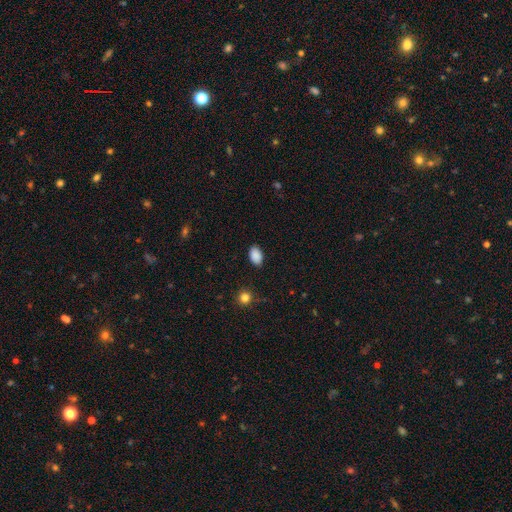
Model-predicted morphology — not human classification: Smooth or featured? Predicted: smooth (p=0.89). How rounded? Predicted: in between (p=0.88). Merging? Predicted: none (p=0.87).